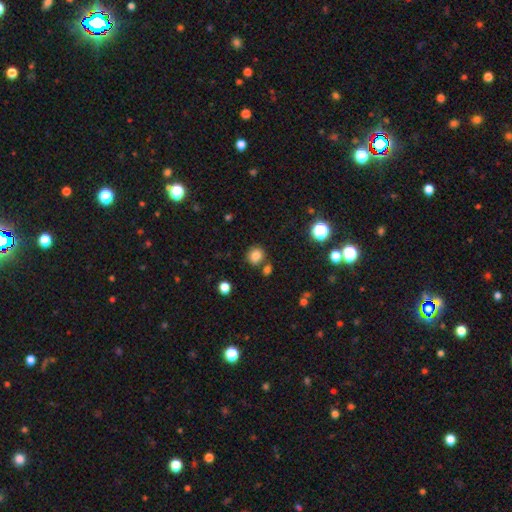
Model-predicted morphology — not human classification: The model was most divided on "how rounded": round: 82%, in between: 17%, cigar-shaped: 1%. More confident: smooth or featured — smooth (82%); merging — none (76%).